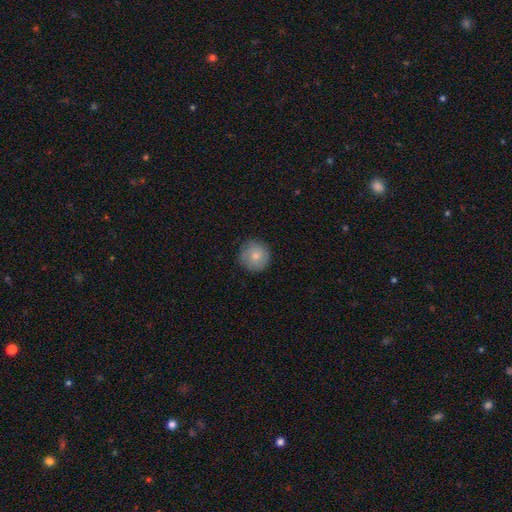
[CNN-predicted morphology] Q: Smooth or featured?
A: smooth (79%); runner-up: featured or disk (13%)
Q: How rounded?
A: round (95%); runner-up: in between (4%)
Q: Merging?
A: none (87%); runner-up: minor disturbance (10%)